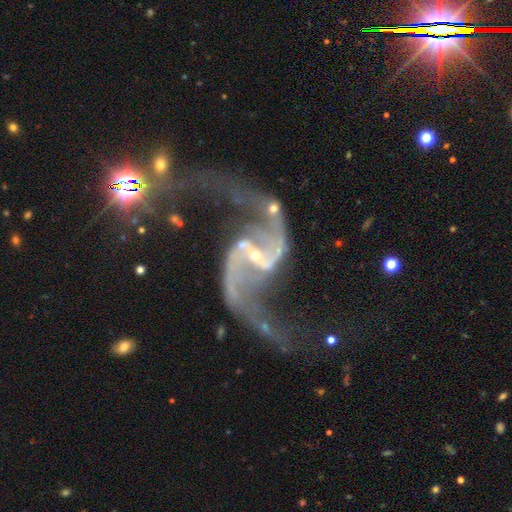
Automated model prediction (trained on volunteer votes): A featured or disk galaxy (93%) with a weak bar (42%), 2 (95%) loose (78%) spiral arms (98%) and a small central bulge (78%).

Vote fractions:
- Smooth or featured? featured or disk: 93% / star or artifact: 5% / smooth: 2%
- Edge-on disk? no: 98% / yes: 2%
- Bar? weak: 42% / no: 34% / strong: 23%
- Spiral arms? yes: 98% / no: 2%
- Spiral winding? loose: 78% / medium: 17% / tight: 4%
- Spiral arm count? 2: 95% / can't tell: 1% / 1: 1% / 3: 1% / 4: 1% / more than 4: 1%
- Bulge size? small: 78% / moderate: 14% / none: 5% / large: 1% / dominant: 1%
- Merging? none: 59% / minor disturbance: 16% / major disturbance: 15% / merger: 10%